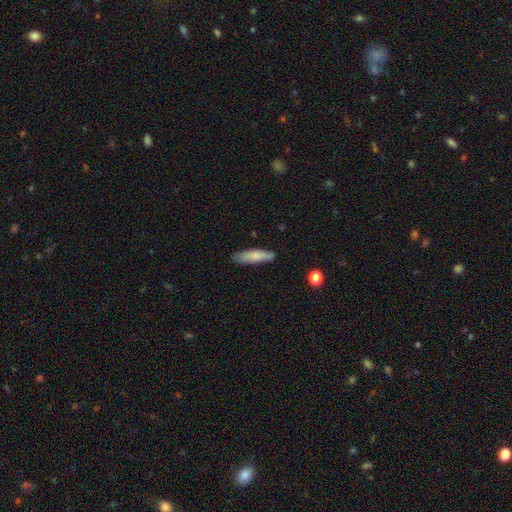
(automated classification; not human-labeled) Smooth or featured?
  - smooth: 78% *
  - featured or disk: 16%
  - star or artifact: 6%
How rounded?
  - cigar-shaped: 72% *
  - in between: 27%
  - round: 1%
Merging?
  - none: 77% *
  - minor disturbance: 17%
  - major disturbance: 3%
  - merger: 3%